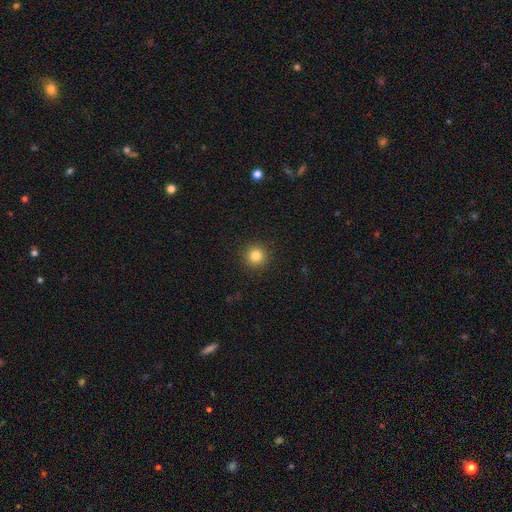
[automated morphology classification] smooth-or-featured: smooth: 83% | star or artifact: 12% | featured or disk: 5%
  how-rounded: round: 95% | in between: 4% | cigar-shaped: 1%
  merging: none: 92% | minor disturbance: 5% | major disturbance: 2% | merger: 1%